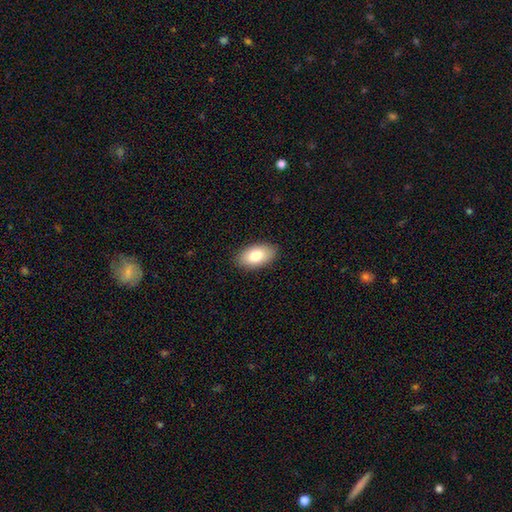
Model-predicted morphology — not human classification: Smooth or featured: smooth — 81% (featured or disk — 12%)
How rounded: in between — 94% (round — 5%)
Merging: none — 89% (minor disturbance — 8%)